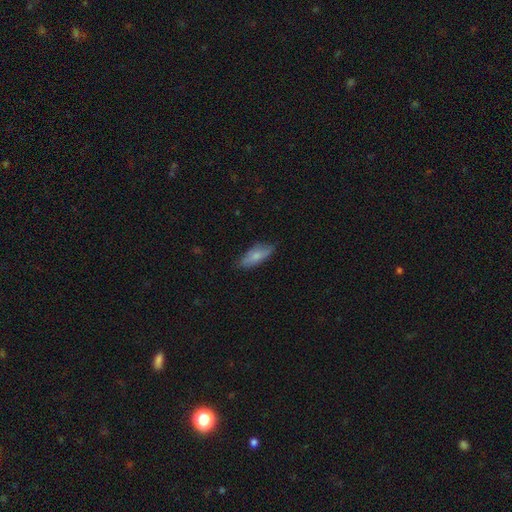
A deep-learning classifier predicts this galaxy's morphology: A smooth galaxy with no disk features (72%) that is in between round and cigar-shaped (72%).

Vote fractions:
- Smooth or featured? smooth: 72% / featured or disk: 22% / star or artifact: 6%
- How rounded? in between: 72% / cigar-shaped: 26% / round: 2%
- Merging? none: 74% / minor disturbance: 21% / major disturbance: 4% / merger: 1%